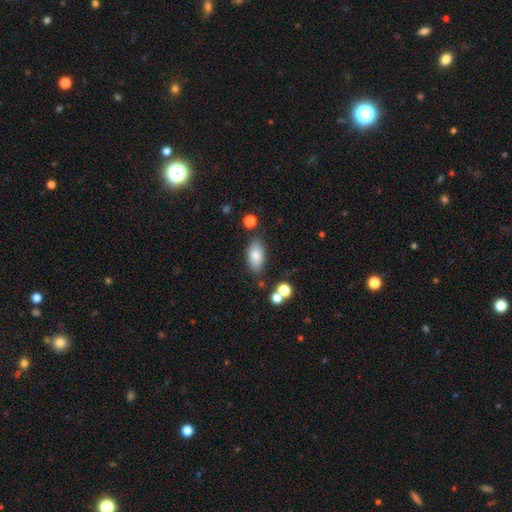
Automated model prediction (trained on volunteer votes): A smooth galaxy with no disk features (81%) that is in between round and cigar-shaped (89%). Merging: none (78%).